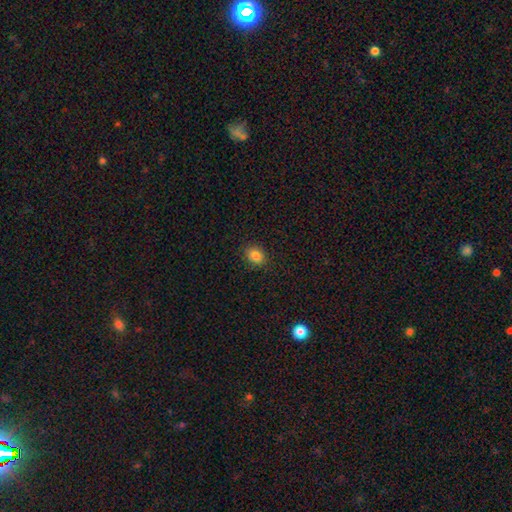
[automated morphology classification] Overall: smooth (83%). How rounded: round (51%; in between 48%). Merging: none (89%).